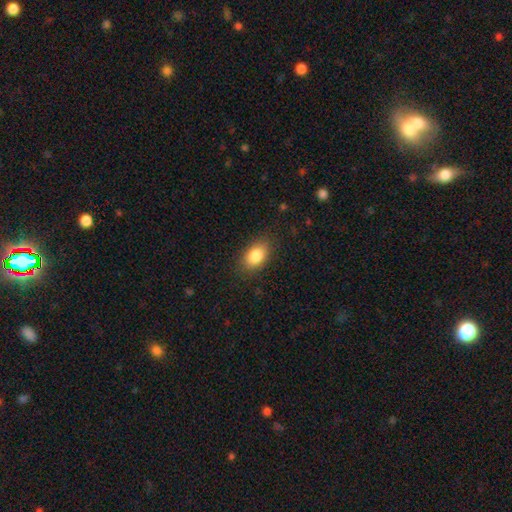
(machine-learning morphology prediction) This appears to be a smooth galaxy with no disk features (85%) that is in between round and cigar-shaped (88%). Merging: none (84%).